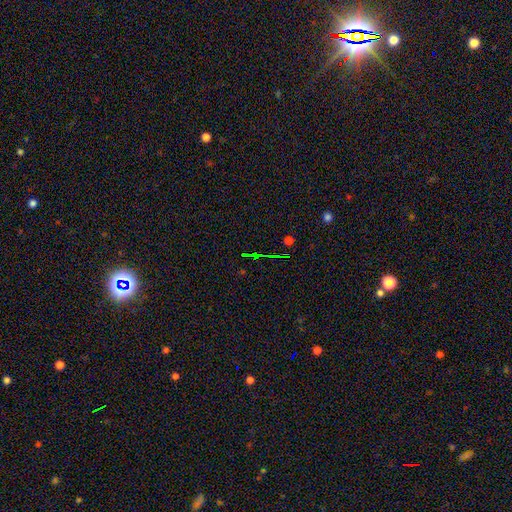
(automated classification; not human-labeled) This is likely a star or artifact rather than a galaxy (73%).